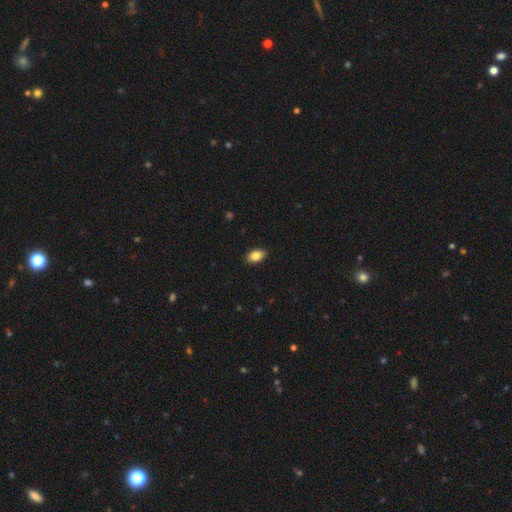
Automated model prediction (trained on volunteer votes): A smooth galaxy with no disk features (85%) that is in between round and cigar-shaped (87%). Merging: none (87%).